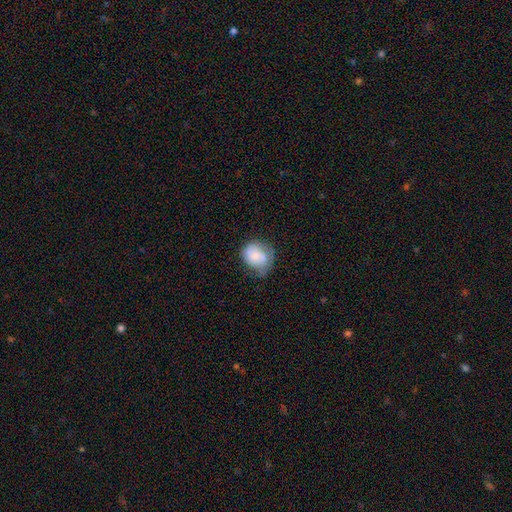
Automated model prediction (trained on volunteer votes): smooth_or_featured: smooth (p=0.63) [alt: featured or disk p=0.30]
how_rounded: round (p=0.63) [alt: in between p=0.36]
merging: none (p=0.46) [alt: minor disturbance p=0.36]